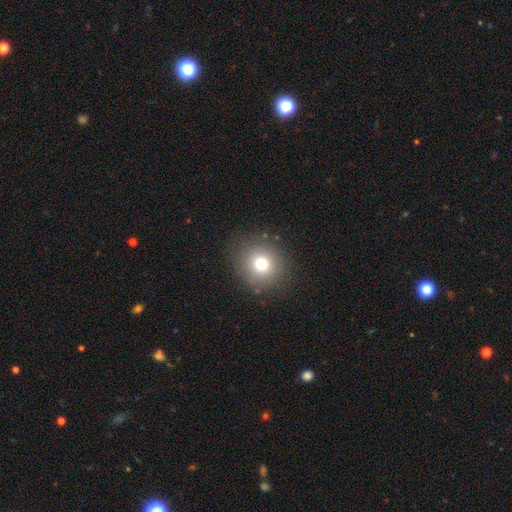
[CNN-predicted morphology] The model was most divided on "smooth or featured": smooth: 68%, star or artifact: 22%, featured or disk: 11%. More confident: how rounded — round (90%); merging — none (89%).